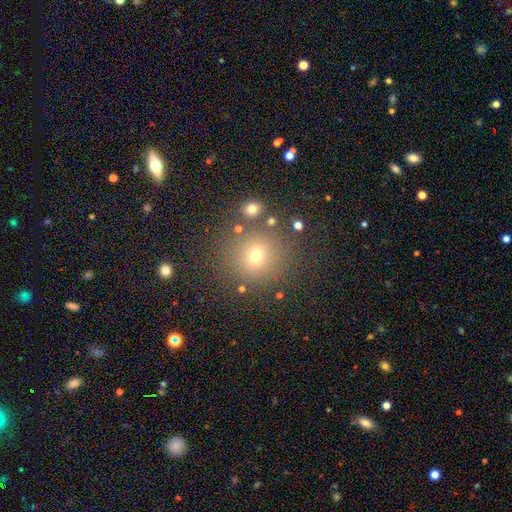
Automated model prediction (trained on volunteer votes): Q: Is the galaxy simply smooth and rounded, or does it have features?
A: smooth — 63%.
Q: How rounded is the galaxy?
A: round — 87%.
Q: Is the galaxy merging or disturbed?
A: none — 82%.